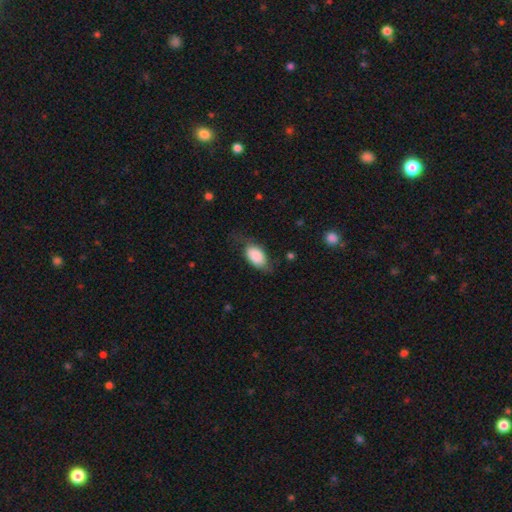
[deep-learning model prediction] This is clearly a smooth galaxy (84%). How rounded: clearly in between (92%). Merging: possibly none (56%).